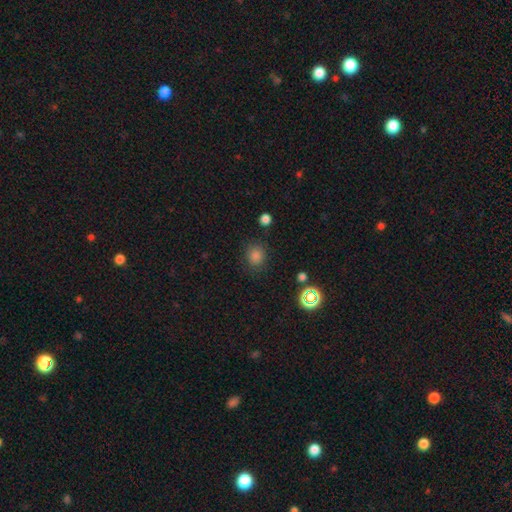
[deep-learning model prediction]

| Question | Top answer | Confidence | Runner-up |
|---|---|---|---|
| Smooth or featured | smooth | 76% | star or artifact (19%) |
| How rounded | round | 79% | in between (20%) |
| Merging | none | 85% | minor disturbance (10%) |